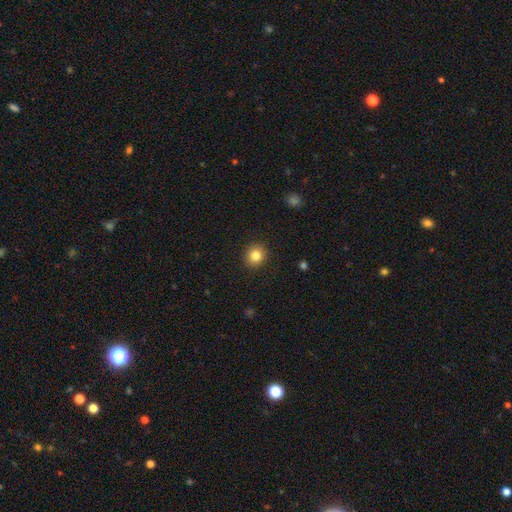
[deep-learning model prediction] smooth 83%, star or artifact 11%, featured or disk 6%. Down the decision tree: how rounded — round (88%); merging — none (91%).